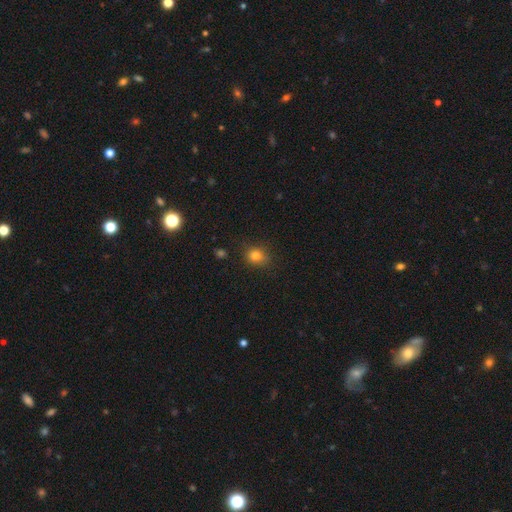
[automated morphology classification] type=smooth (81%); roundness=round (71%); merging=none (83%).